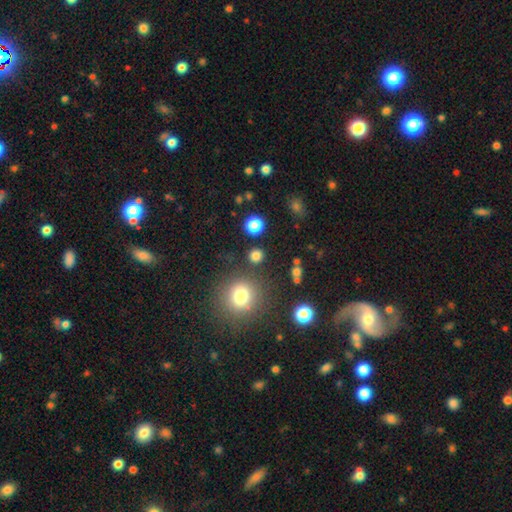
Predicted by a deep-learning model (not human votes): Morphology: type=smooth (77%); roundness=round (91%); merging=none (84%).